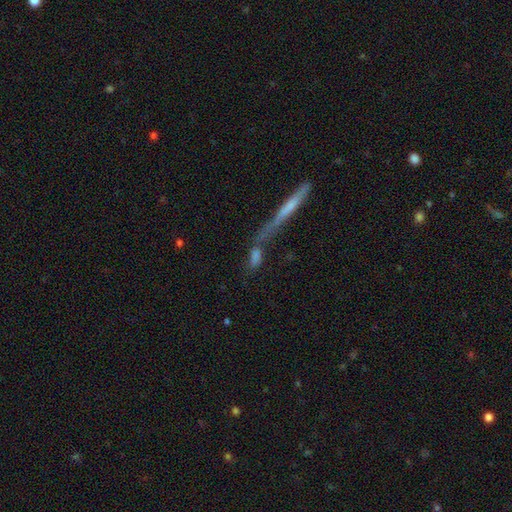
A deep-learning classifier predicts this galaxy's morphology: smooth-or-featured: smooth: 56% | featured or disk: 30% | star or artifact: 14%
  how-rounded: cigar-shaped: 61% | in between: 31% | round: 8%
  merging: none: 40% | merger: 37% | minor disturbance: 13% | major disturbance: 9%